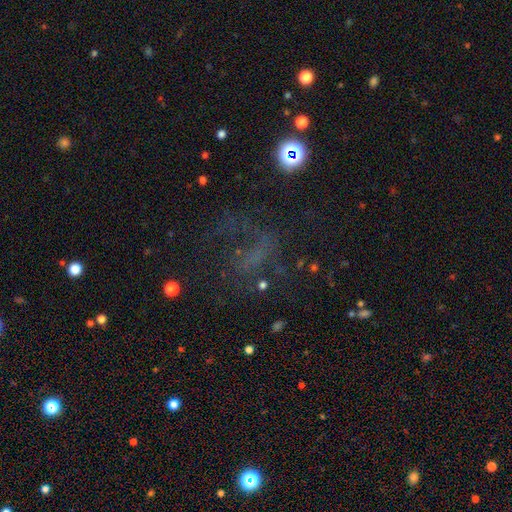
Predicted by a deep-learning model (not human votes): Smooth or featured? Predicted: star or artifact (p=0.44).